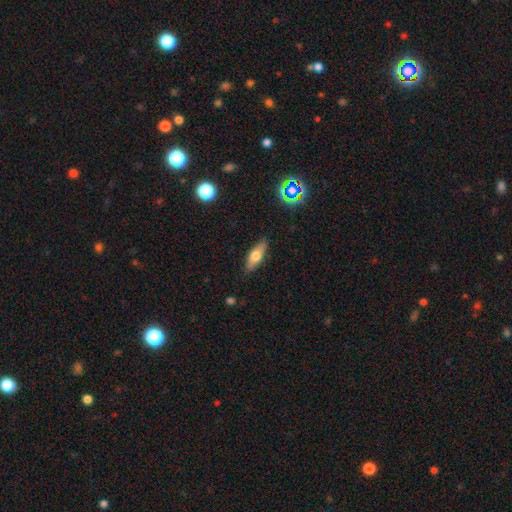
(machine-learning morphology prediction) Smooth or featured? Predicted: smooth (p=0.61). How rounded? Predicted: in between (p=0.60). Merging? Predicted: none (p=0.86).